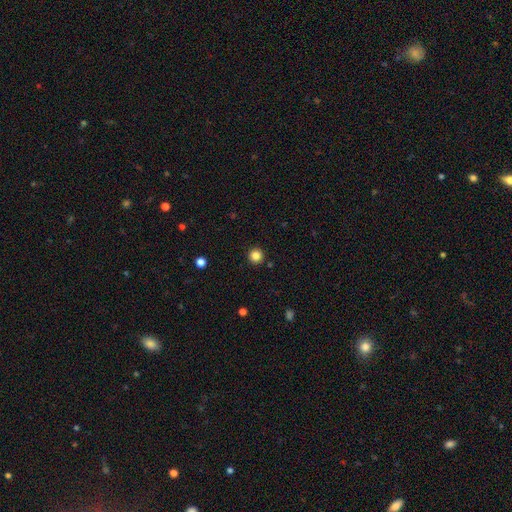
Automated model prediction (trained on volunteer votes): Smooth or featured? smooth (84%)
How rounded? round (96%)
Merging? none (93%)